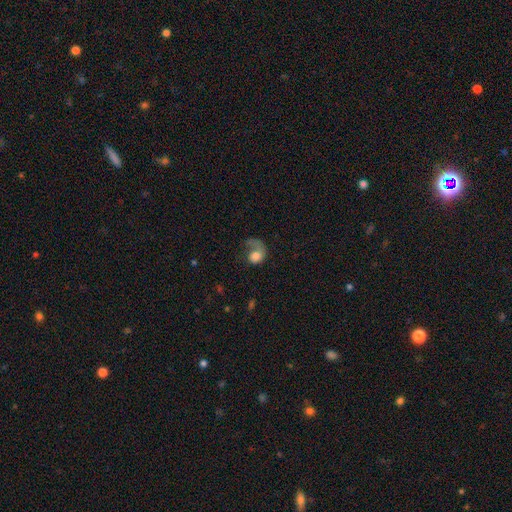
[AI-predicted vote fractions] Smooth or featured? Predicted: smooth (p=0.52). How rounded? Predicted: round (p=0.59). Merging? Predicted: major disturbance (p=0.55).